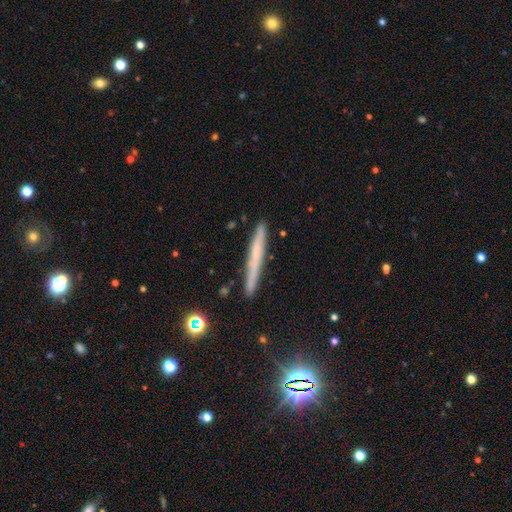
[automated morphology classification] Smooth or featured? Predicted: smooth (p=0.50). Merging? Predicted: none (p=0.87).